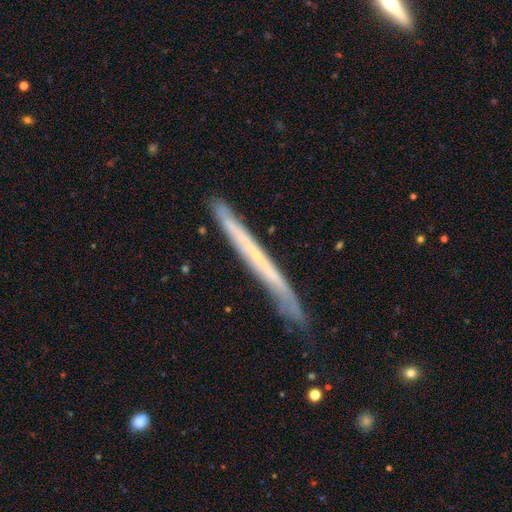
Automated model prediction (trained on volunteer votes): smooth-or-featured: featured or disk: 60% | smooth: 33% | star or artifact: 7%
  disk-edge-on: yes: 93% | no: 7%
    edge-on-bulge: none: 87% | rounded: 10% | boxy: 3%
  merging: none: 80% | minor disturbance: 16% | major disturbance: 2% | merger: 2%